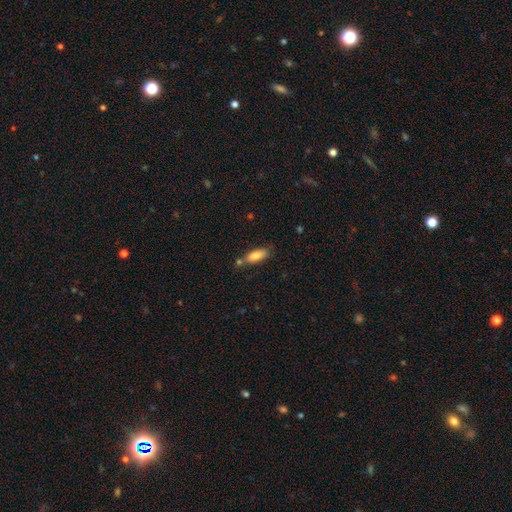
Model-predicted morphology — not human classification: This appears to be a smooth galaxy with no disk features (83%) that is in between round and cigar-shaped (78%). Merging: none (64%).